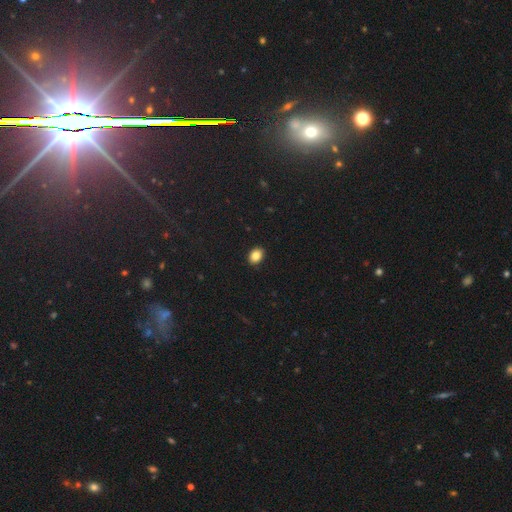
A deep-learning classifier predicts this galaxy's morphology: Q: Smooth or featured?
A: smooth (85%); runner-up: star or artifact (9%)
Q: How rounded?
A: in between (64%); runner-up: round (35%)
Q: Merging?
A: none (90%); runner-up: minor disturbance (7%)